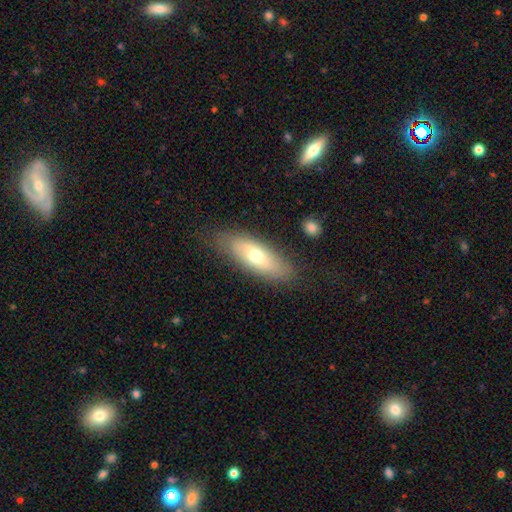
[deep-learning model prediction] The model was most divided on "how rounded": in between: 62%, cigar-shaped: 35%, round: 3%. More confident: merging — none (79%); smooth or featured — smooth (60%).